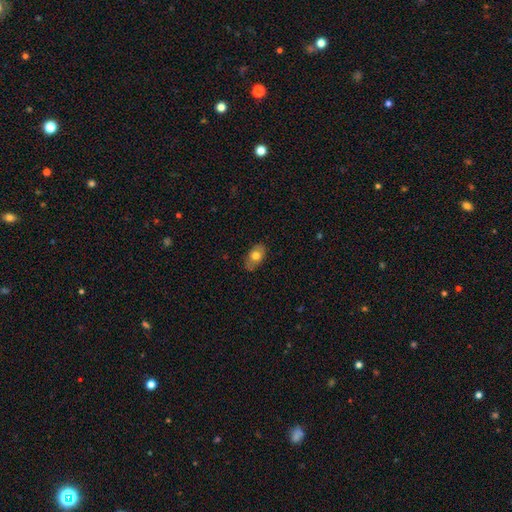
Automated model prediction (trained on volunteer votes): smooth_or_featured: smooth (p=0.70) [alt: featured or disk p=0.22]
how_rounded: in between (p=0.88) [alt: round p=0.10]
merging: none (p=0.81) [alt: minor disturbance p=0.15]